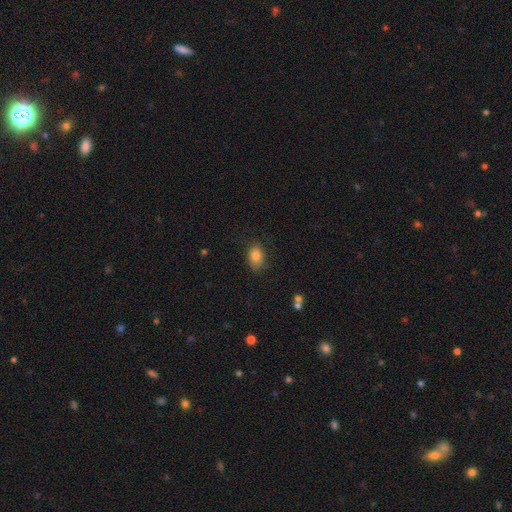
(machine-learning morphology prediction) This is clearly a smooth galaxy (82%). How rounded: likely in between (80%). Merging: likely none (75%).